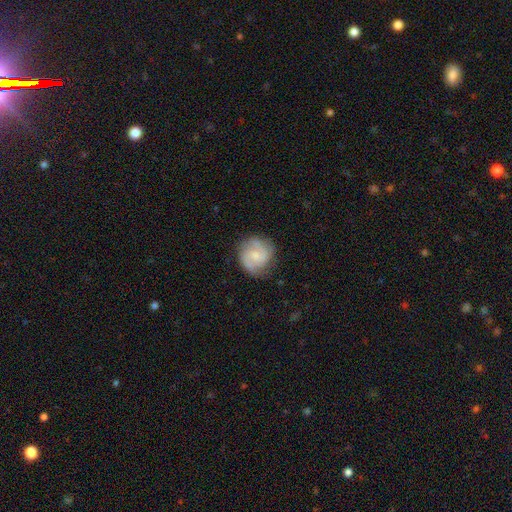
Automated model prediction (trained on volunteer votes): Q: Smooth or featured?
A: featured or disk (69%); runner-up: smooth (25%)
Q: Edge-on disk?
A: no (98%); runner-up: yes (2%)
Q: Bar?
A: no (55%); runner-up: weak (40%)
Q: Spiral arms?
A: yes (93%); runner-up: no (7%)
Q: Spiral winding?
A: medium (46%); runner-up: tight (39%)
Q: Spiral arm count?
A: 2 (62%); runner-up: 3 (16%)
Q: Bulge size?
A: small (51%); runner-up: moderate (34%)
Q: Merging?
A: none (76%); runner-up: minor disturbance (17%)